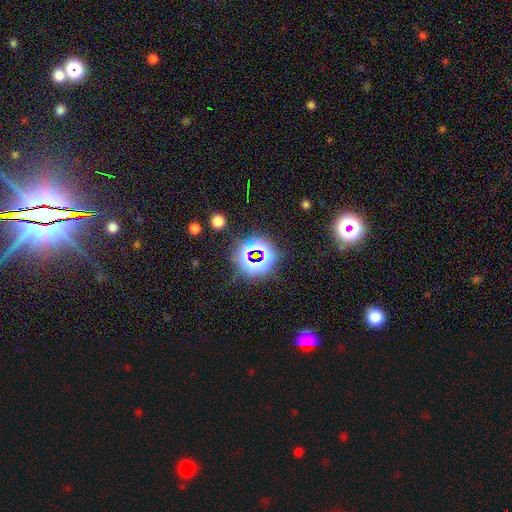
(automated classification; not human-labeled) Smooth or featured: star or artifact — 75% (smooth — 16%)